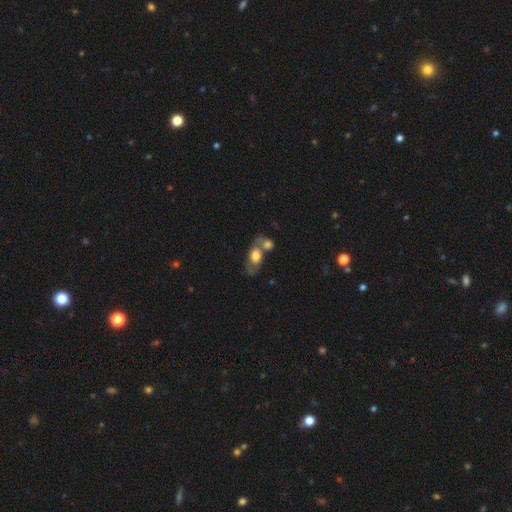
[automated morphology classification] smooth 56%, featured or disk 36%, star or artifact 8%. Down the decision tree: how rounded — in between (70%); merging — merger (48%).